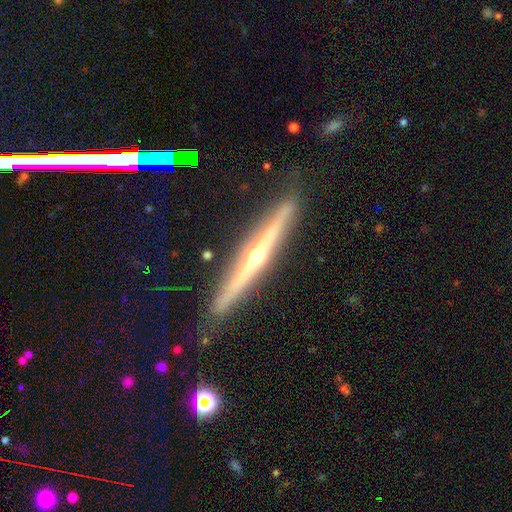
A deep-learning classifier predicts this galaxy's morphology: type=featured or disk (81%); edge-on=yes (97%); edge-on bulge=rounded (90%); merging=none (89%).